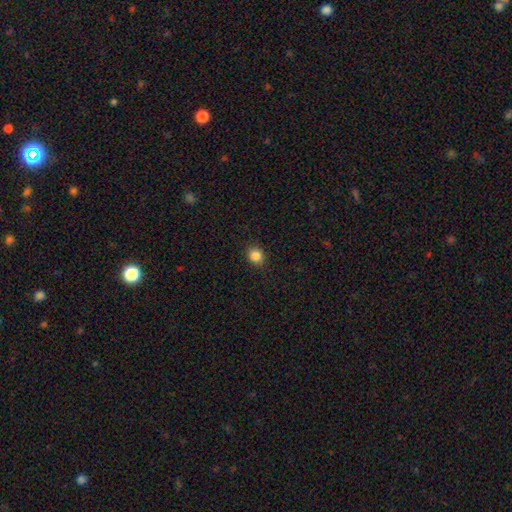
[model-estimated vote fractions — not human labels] smooth 85%, star or artifact 11%, featured or disk 4%. Down the decision tree: how rounded — round (74%); merging — none (89%).